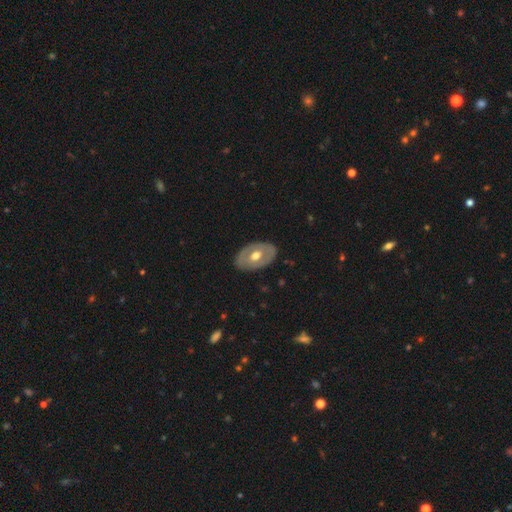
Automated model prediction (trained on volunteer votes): Morphology: type=featured or disk (53%); edge-on=no (89%); merging=none (83%).